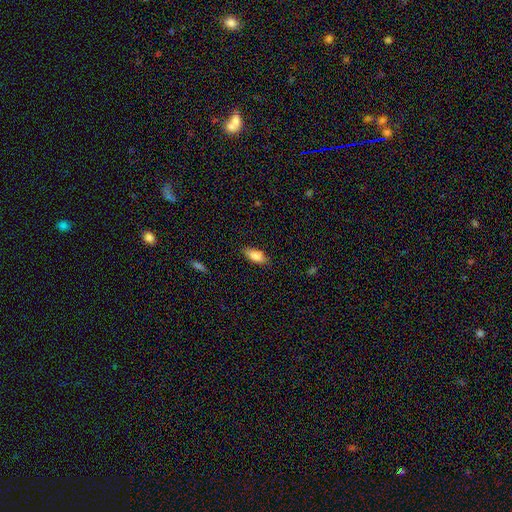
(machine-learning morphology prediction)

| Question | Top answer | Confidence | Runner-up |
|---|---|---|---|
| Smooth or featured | smooth | 83% | featured or disk (10%) |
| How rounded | in between | 84% | cigar-shaped (14%) |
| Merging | none | 82% | minor disturbance (14%) |